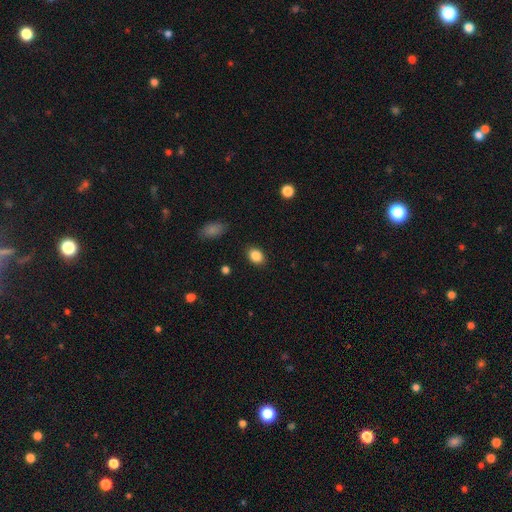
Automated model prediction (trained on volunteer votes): Smooth or featured? smooth (86%)
How rounded? in between (69%)
Merging? none (87%)